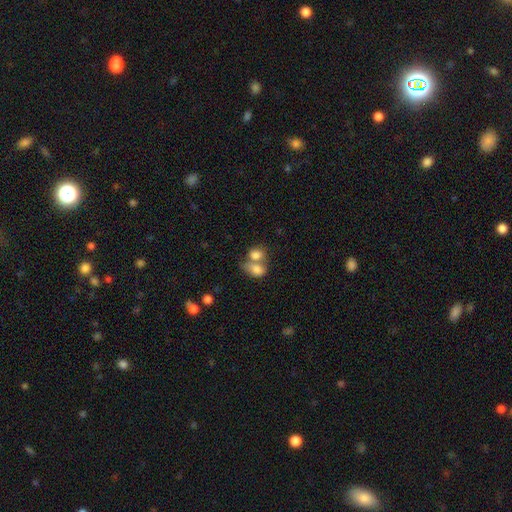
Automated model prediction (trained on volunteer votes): smooth 79%, featured or disk 12%, star or artifact 9%. Down the decision tree: how rounded — in between (69%); merging — merger (66%).